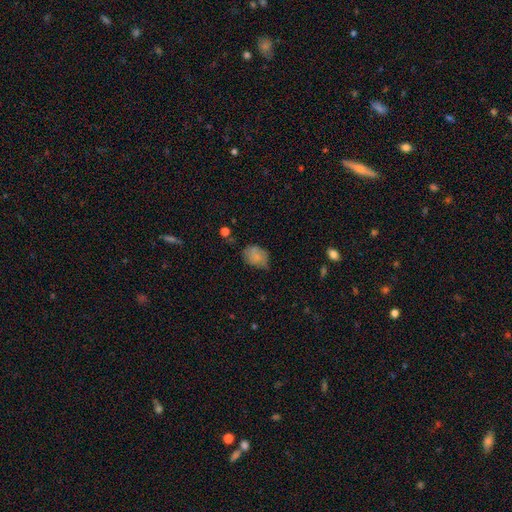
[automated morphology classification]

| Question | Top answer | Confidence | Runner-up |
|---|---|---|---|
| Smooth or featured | smooth | 72% | featured or disk (18%) |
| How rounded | in between | 68% | round (31%) |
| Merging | none | 52% | minor disturbance (35%) |